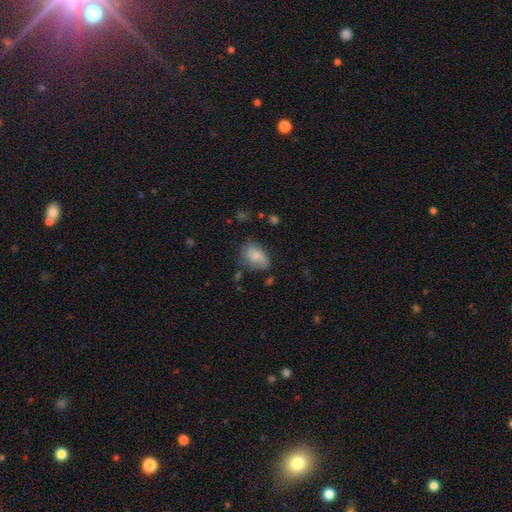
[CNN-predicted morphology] Overall: smooth (77%). How rounded: in between (85%). Merging: none (56%; minor disturbance 30%).